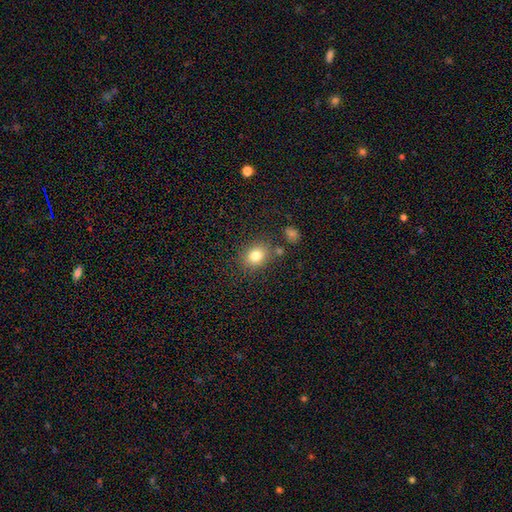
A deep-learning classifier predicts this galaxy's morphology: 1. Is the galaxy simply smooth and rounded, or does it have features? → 80% smooth, 11% star or artifact, 8% featured or disk.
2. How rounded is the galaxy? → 55% round, 44% in between, 1% cigar-shaped.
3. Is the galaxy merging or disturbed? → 79% none, 11% minor disturbance, 6% merger, 4% major disturbance.